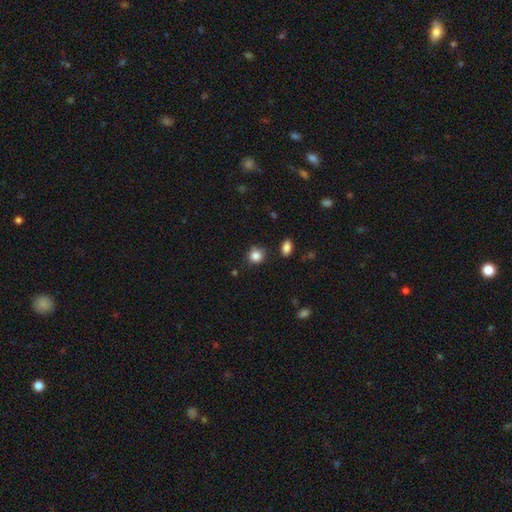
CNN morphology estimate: Overall: smooth (86%). How rounded: round (84%). Merging: none (80%).